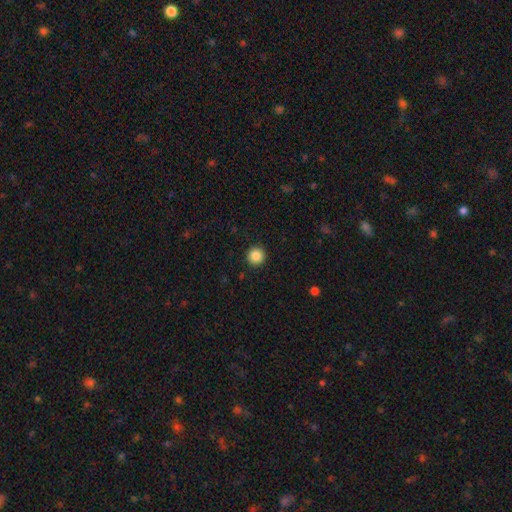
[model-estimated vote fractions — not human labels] Smooth or featured: smooth — 87% (star or artifact — 10%)
How rounded: round — 96% (in between — 3%)
Merging: none — 93% (minor disturbance — 4%)